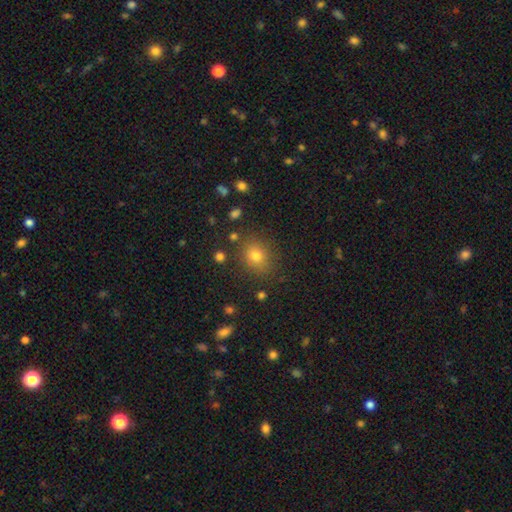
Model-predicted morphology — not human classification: Q: Smooth or featured?
A: smooth (75%); runner-up: star or artifact (16%)
Q: How rounded?
A: round (64%); runner-up: in between (35%)
Q: Merging?
A: none (83%); runner-up: minor disturbance (10%)